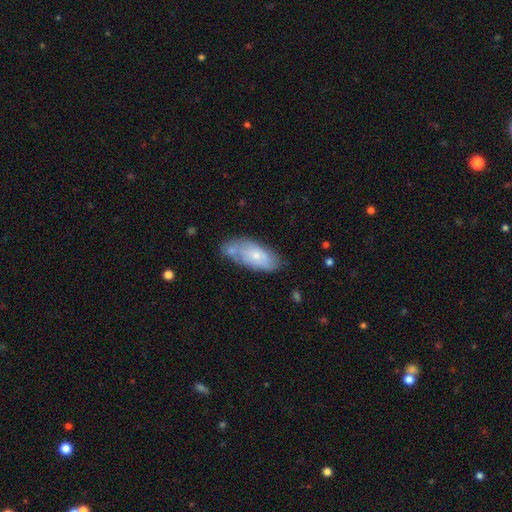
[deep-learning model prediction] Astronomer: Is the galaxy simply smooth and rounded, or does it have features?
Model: smooth — 60%.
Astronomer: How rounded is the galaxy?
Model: in between — 88%.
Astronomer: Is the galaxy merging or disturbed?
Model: none — 48% (runner-up: minor disturbance, 26%).